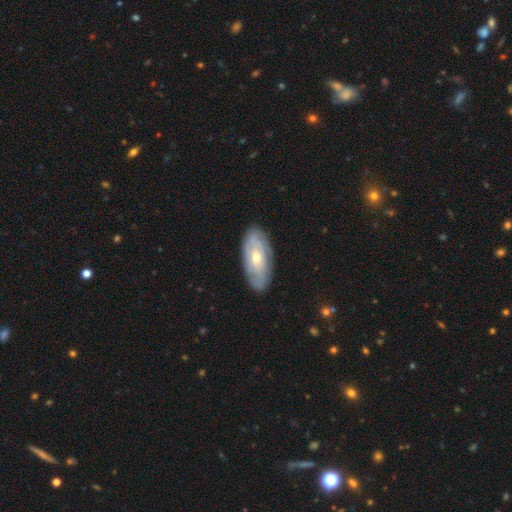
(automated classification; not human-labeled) Q: Smooth or featured?
A: featured or disk (54%); runner-up: smooth (37%)
Q: Edge-on disk?
A: no (81%); runner-up: yes (19%)
Q: Merging?
A: none (86%); runner-up: minor disturbance (10%)